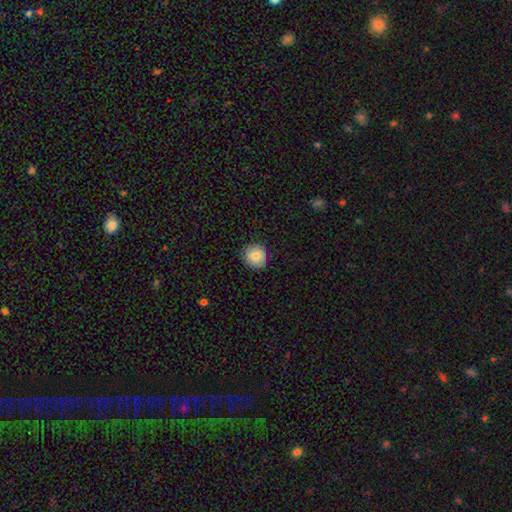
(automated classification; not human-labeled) smooth 82%, featured or disk 10%, star or artifact 8%. Down the decision tree: how rounded — round (88%); merging — none (85%).